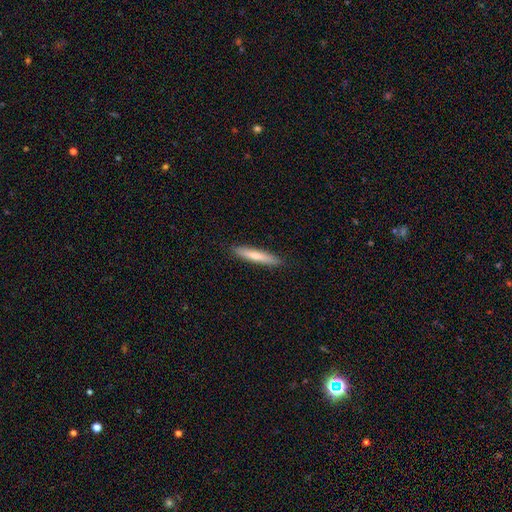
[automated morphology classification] smooth_or_featured: smooth (p=0.70) [alt: featured or disk p=0.24]
how_rounded: cigar-shaped (p=0.92) [alt: in between p=0.06]
merging: none (p=0.90) [alt: minor disturbance p=0.07]